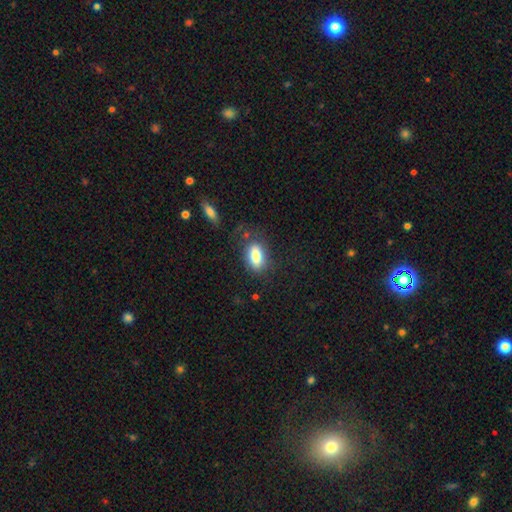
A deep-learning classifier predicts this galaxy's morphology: Smooth or featured? smooth (80%)
How rounded? in between (87%)
Merging? none (73%)